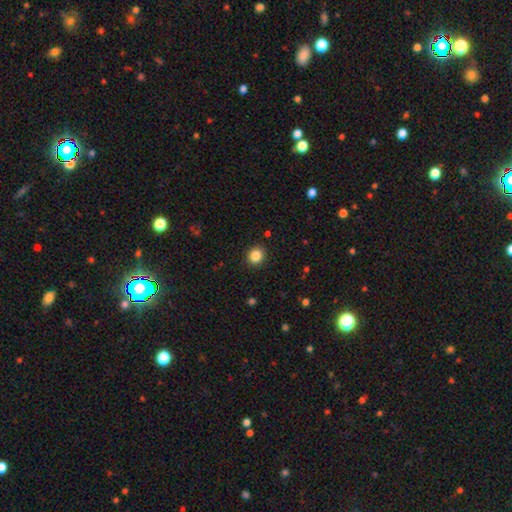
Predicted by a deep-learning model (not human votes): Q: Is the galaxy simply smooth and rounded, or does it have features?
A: smooth — 85%.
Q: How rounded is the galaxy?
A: round — 79%.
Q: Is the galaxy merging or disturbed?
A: none — 91%.